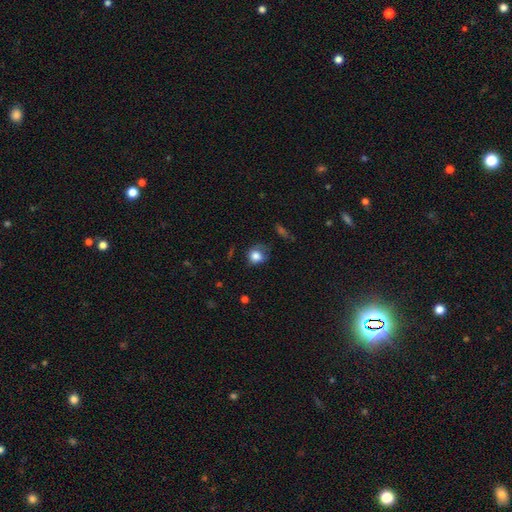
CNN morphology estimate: This appears to be a smooth galaxy with no disk features (80%) that is round (67%). Merging: none (47%).